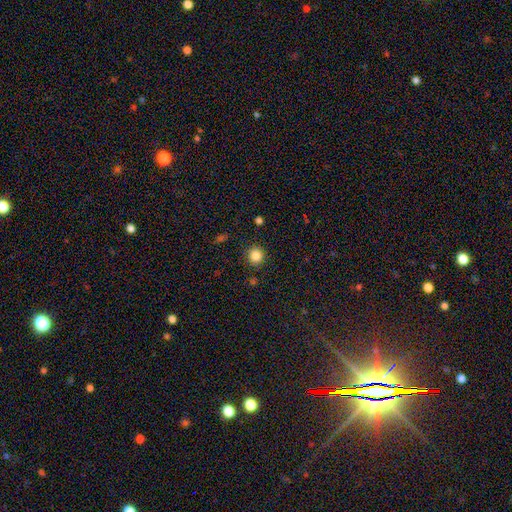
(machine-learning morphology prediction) A smooth galaxy with no disk features (85%) that is round (93%).

Vote fractions:
- Smooth or featured? smooth: 85% / star or artifact: 11% / featured or disk: 4%
- How rounded? round: 93% / in between: 6% / cigar-shaped: 1%
- Merging? none: 90% / minor disturbance: 7% / major disturbance: 2% / merger: 2%